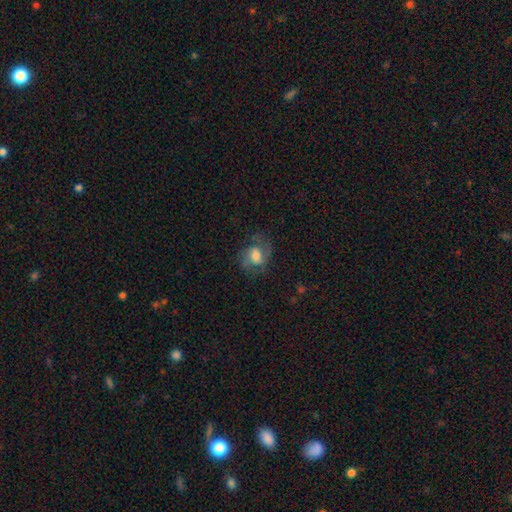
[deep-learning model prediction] Q: Smooth or featured?
A: featured or disk (58%); runner-up: smooth (34%)
Q: Edge-on disk?
A: no (96%); runner-up: yes (4%)
Q: Bar?
A: weak (47%); runner-up: no (36%)
Q: Spiral arms?
A: yes (86%); runner-up: no (14%)
Q: Bulge size?
A: moderate (54%); runner-up: large (21%)
Q: Merging?
A: none (63%); runner-up: minor disturbance (21%)